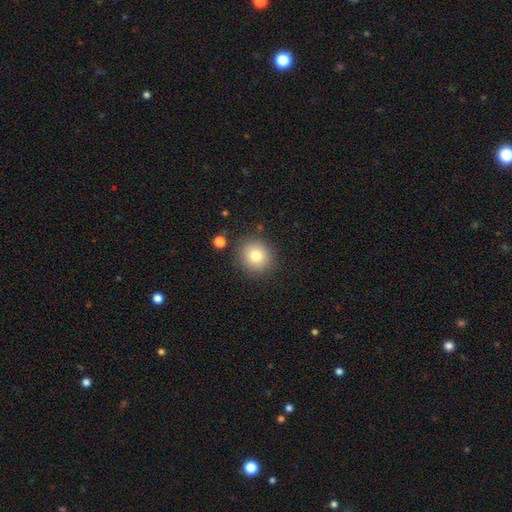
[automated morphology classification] A smooth galaxy with no disk features (80%) that is round (87%).

Vote fractions:
- Smooth or featured? smooth: 80% / star or artifact: 11% / featured or disk: 10%
- How rounded? round: 87% / in between: 12% / cigar-shaped: 1%
- Merging? none: 86% / minor disturbance: 8% / major disturbance: 3% / merger: 3%